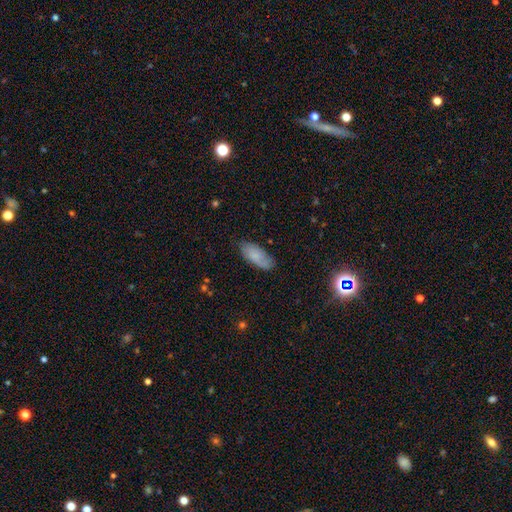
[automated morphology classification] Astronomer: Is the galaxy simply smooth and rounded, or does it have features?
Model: smooth — 77%.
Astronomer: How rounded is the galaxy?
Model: in between — 86%.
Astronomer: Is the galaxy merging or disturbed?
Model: none — 77%.